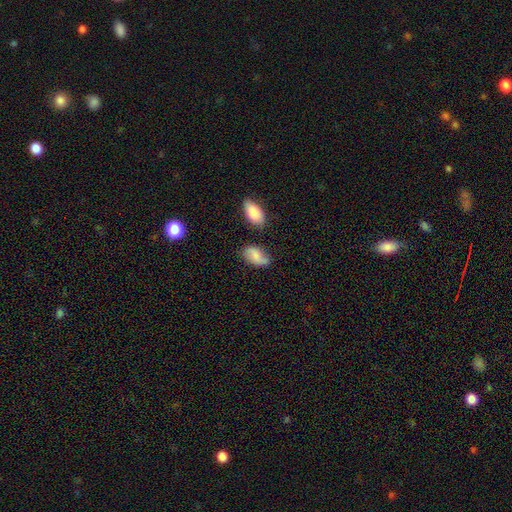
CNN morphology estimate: Smooth or featured? Predicted: smooth (p=0.73). How rounded? Predicted: in between (p=0.91). Merging? Predicted: none (p=0.51).